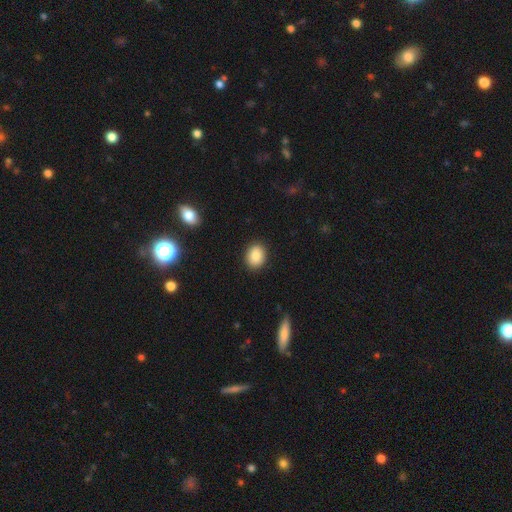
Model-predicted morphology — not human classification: A smooth galaxy with no disk features (87%) that is round (58%). Merging: none (90%).